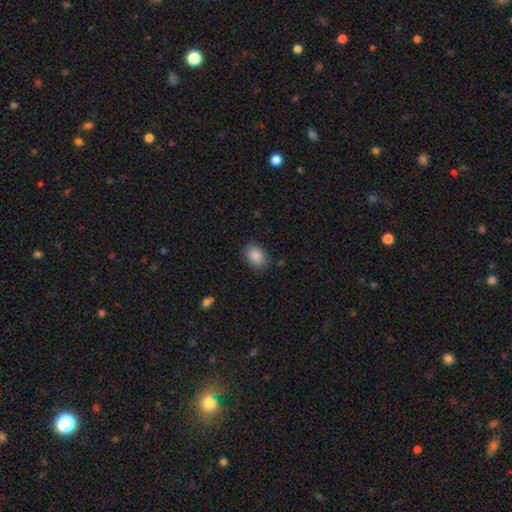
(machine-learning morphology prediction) A smooth galaxy with no disk features (89%) that is in between round and cigar-shaped (75%). Merging: none (81%).